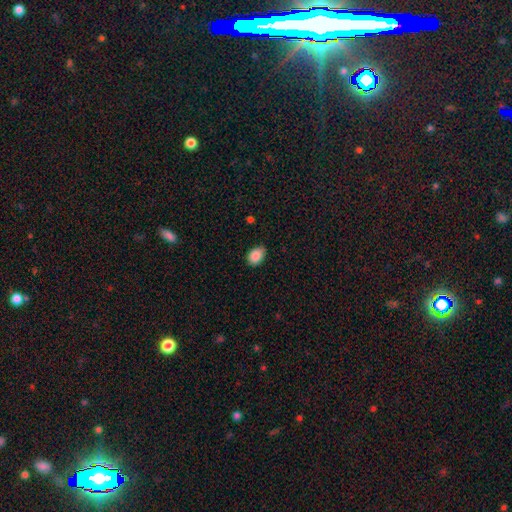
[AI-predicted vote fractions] Smooth or featured?
  - smooth: 88% *
  - star or artifact: 8%
  - featured or disk: 4%
How rounded?
  - in between: 80% *
  - round: 19%
  - cigar-shaped: 1%
Merging?
  - none: 77% *
  - minor disturbance: 19%
  - major disturbance: 3%
  - merger: 1%